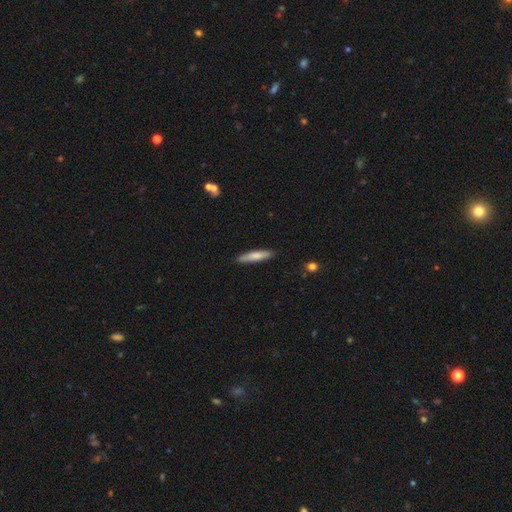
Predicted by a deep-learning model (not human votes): Smooth or featured?
  - smooth: 74% *
  - featured or disk: 20%
  - star or artifact: 6%
How rounded?
  - cigar-shaped: 86% *
  - in between: 12%
  - round: 1%
Merging?
  - none: 88% *
  - minor disturbance: 10%
  - major disturbance: 2%
  - merger: 1%